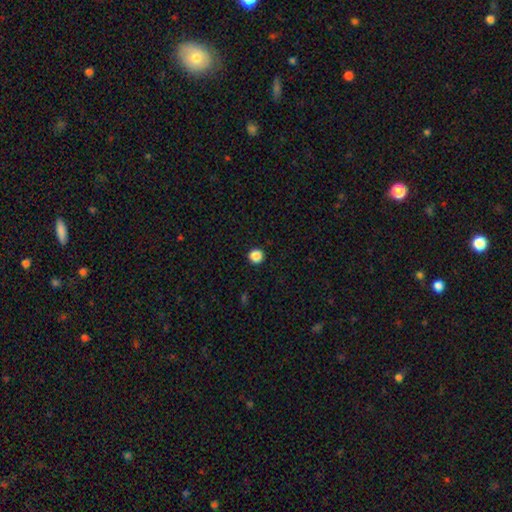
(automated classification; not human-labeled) smooth_or_featured: smooth (p=0.88) [alt: star or artifact p=0.10]
how_rounded: round (p=0.96) [alt: in between p=0.03]
merging: none (p=0.94) [alt: minor disturbance p=0.04]